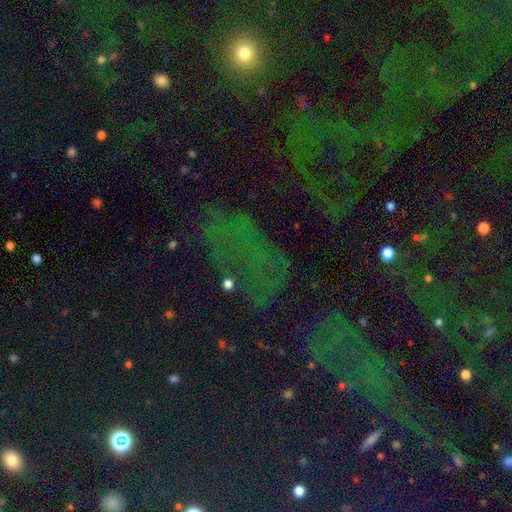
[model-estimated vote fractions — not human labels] smooth-or-featured: star or artifact: 74% | smooth: 17% | featured or disk: 10%